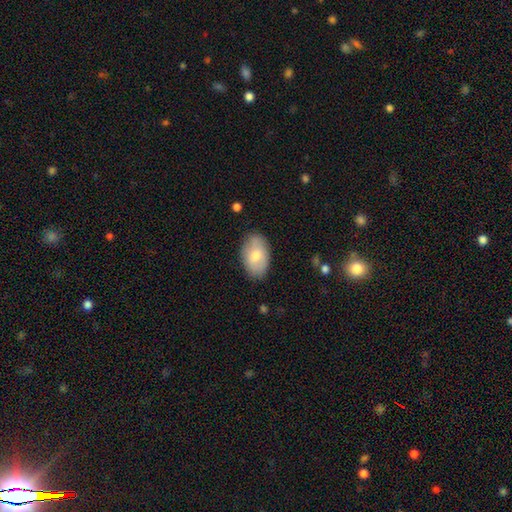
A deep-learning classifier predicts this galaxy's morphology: Overall: smooth (68%). How rounded: in between (91%). Merging: none (82%).